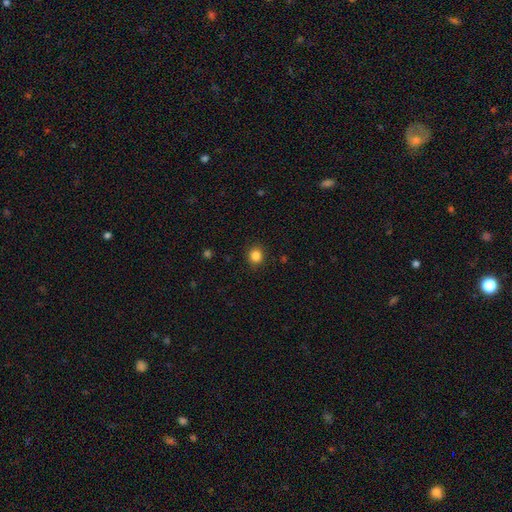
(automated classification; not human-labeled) smooth-or-featured: smooth: 85% | star or artifact: 11% | featured or disk: 4%
  how-rounded: round: 87% | in between: 12% | cigar-shaped: 1%
  merging: none: 90% | minor disturbance: 6% | major disturbance: 2% | merger: 1%